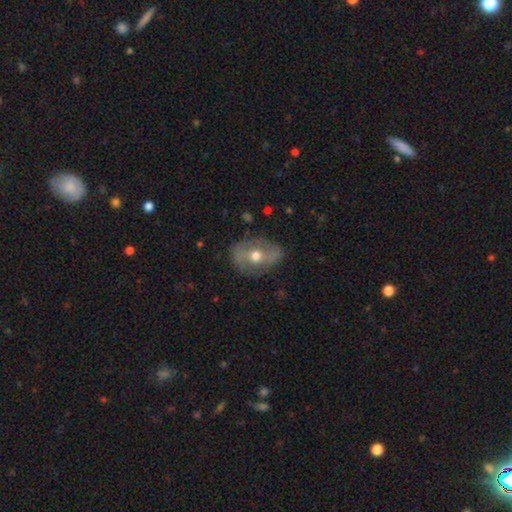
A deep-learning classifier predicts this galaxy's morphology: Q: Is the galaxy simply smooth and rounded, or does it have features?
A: featured or disk — 63%.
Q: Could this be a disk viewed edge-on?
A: no — 92%.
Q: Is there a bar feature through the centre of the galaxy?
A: no — 48%.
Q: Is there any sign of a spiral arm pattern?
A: yes — 55%.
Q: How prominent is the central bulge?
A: moderate — 78%.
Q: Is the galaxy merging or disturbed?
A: none — 75%.